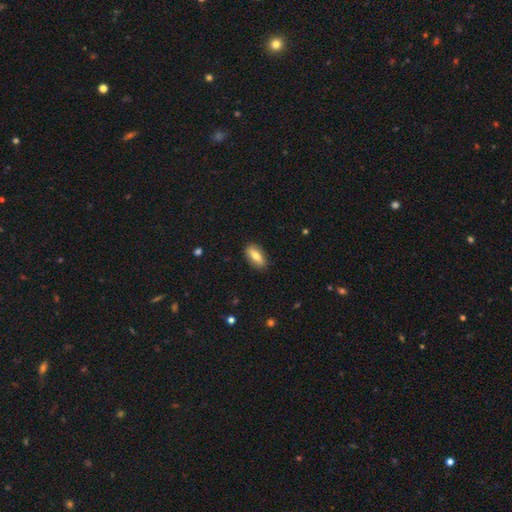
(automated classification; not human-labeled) Smooth or featured? Predicted: smooth (p=0.66). How rounded? Predicted: in between (p=0.77). Merging? Predicted: none (p=0.85).